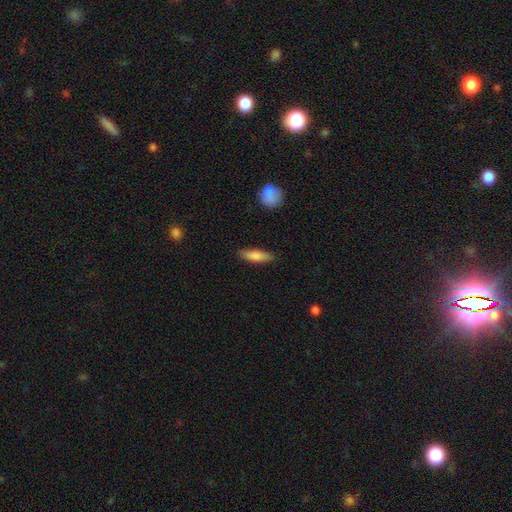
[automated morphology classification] Smooth or featured? smooth (80%)
How rounded? cigar-shaped (58%)
Merging? none (84%)